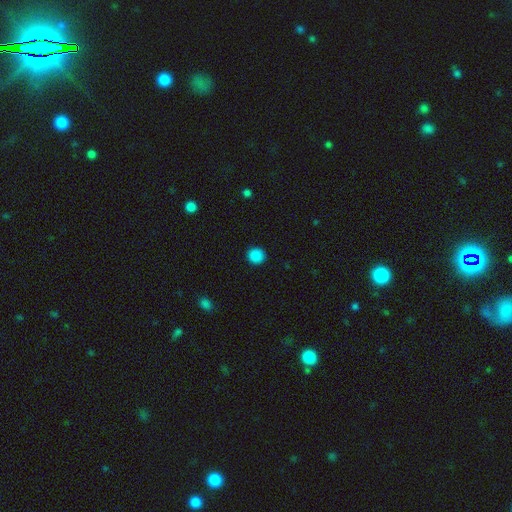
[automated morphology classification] smooth_or_featured: smooth (p=0.88) [alt: star or artifact p=0.10]
how_rounded: round (p=0.91) [alt: in between p=0.08]
merging: none (p=0.92) [alt: minor disturbance p=0.05]